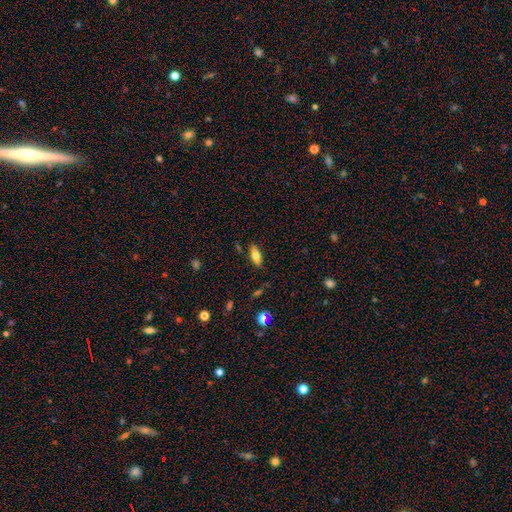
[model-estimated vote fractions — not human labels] Morphology: type=smooth (74%); roundness=in between (81%); merging=none (84%).